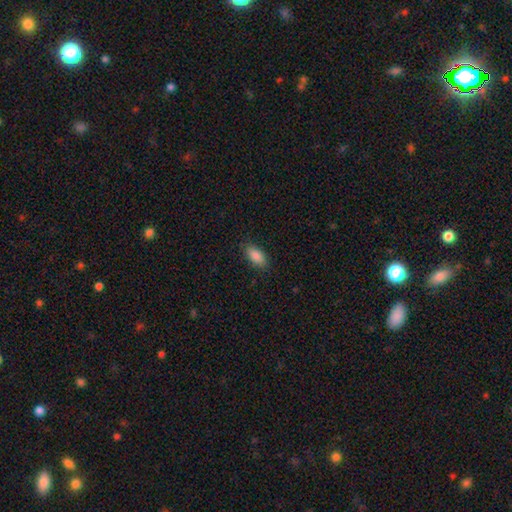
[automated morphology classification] Smooth or featured: smooth — 88% (star or artifact — 7%)
How rounded: in between — 90% (cigar-shaped — 8%)
Merging: none — 86% (minor disturbance — 11%)